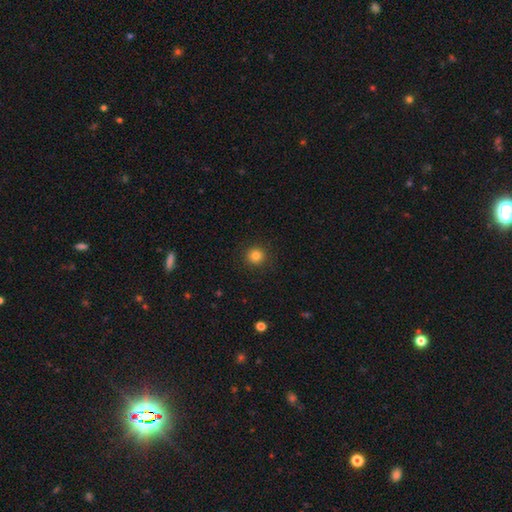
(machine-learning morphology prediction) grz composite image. It shows a smooth galaxy with no disk features (82%) that is round (94%). Merging: none (91%).